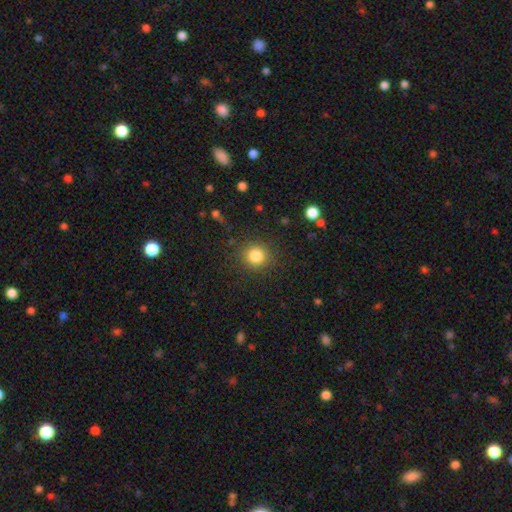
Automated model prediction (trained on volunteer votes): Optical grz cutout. It shows a smooth galaxy with no disk features (83%) that is round (89%). Merging: none (87%).